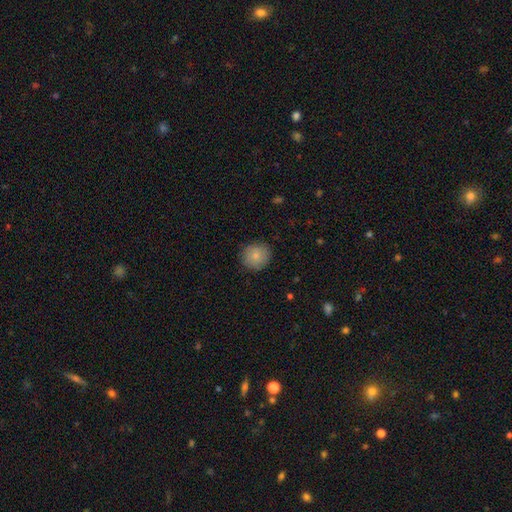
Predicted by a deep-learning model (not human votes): Smooth or featured? smooth (82%)
How rounded? round (87%)
Merging? none (87%)